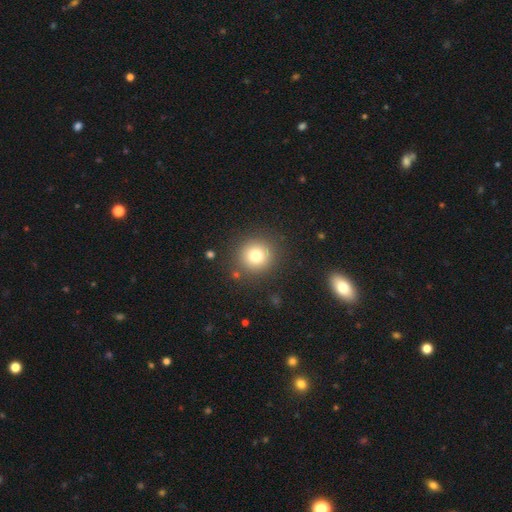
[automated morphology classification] This is likely a smooth galaxy (78%). How rounded: clearly round (93%). Merging: clearly none (88%).